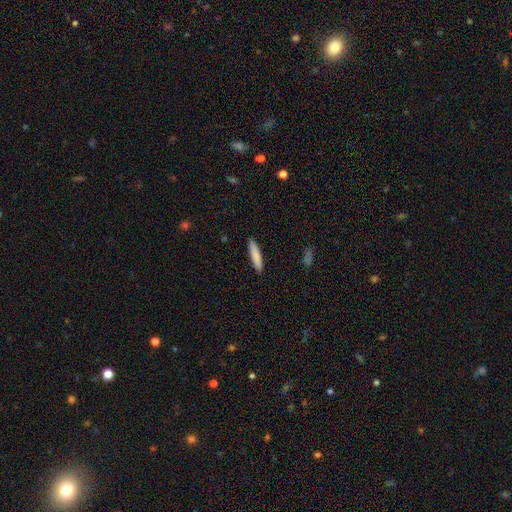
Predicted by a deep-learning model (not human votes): This is clearly a smooth galaxy (85%). How rounded: clearly cigar-shaped (84%). Merging: clearly none (91%).